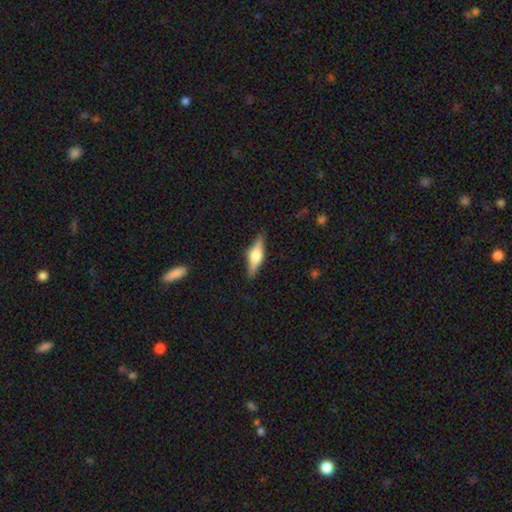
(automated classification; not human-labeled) Q: Smooth or featured?
A: featured or disk (58%); runner-up: smooth (36%)
Q: Edge-on disk?
A: yes (95%); runner-up: no (5%)
Q: Edge-on bulge?
A: rounded (89%); runner-up: boxy (9%)
Q: Merging?
A: none (87%); runner-up: minor disturbance (9%)